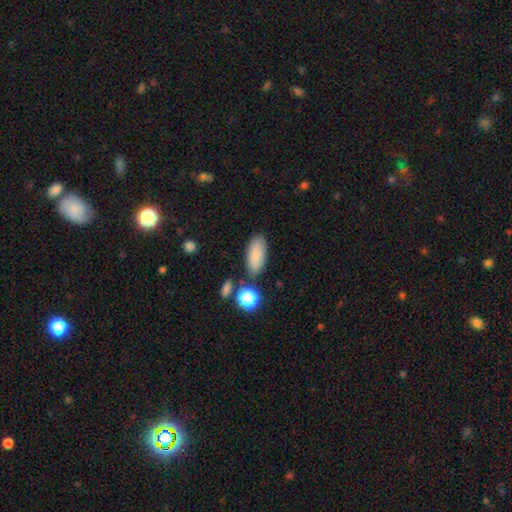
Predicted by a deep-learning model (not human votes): A smooth galaxy with no disk features (84%) that is in between round and cigar-shaped (83%).

Vote fractions:
- Smooth or featured? smooth: 84% / star or artifact: 9% / featured or disk: 8%
- How rounded? in between: 83% / cigar-shaped: 14% / round: 3%
- Merging? none: 79% / minor disturbance: 12% / merger: 5% / major disturbance: 4%